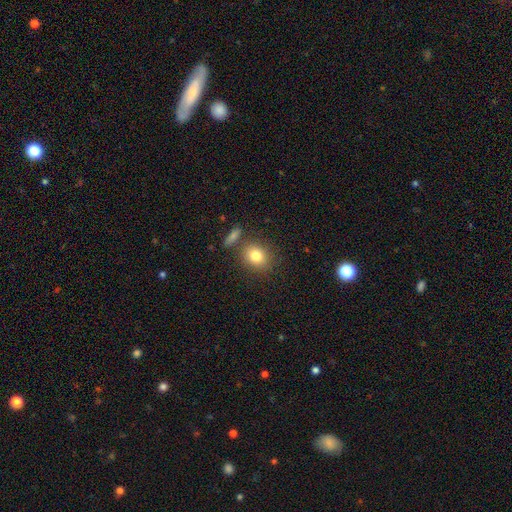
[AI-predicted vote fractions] Overall: smooth (80%). How rounded: round (69%; in between 30%). Merging: none (76%).